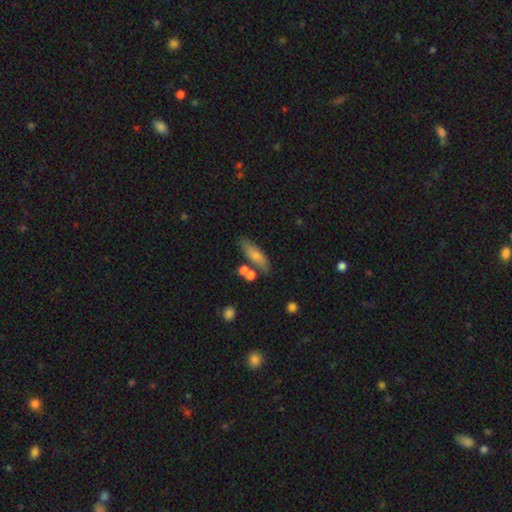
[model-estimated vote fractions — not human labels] smooth 71%, featured or disk 22%, star or artifact 7%. Down the decision tree: how rounded — in between (50%); merging — none (67%).